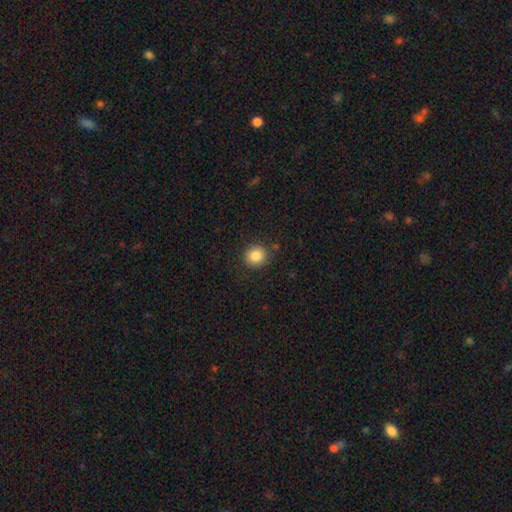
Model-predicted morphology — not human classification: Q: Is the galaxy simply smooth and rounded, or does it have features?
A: smooth — 85%.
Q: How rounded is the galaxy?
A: round — 87%.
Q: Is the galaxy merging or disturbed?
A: none — 88%.